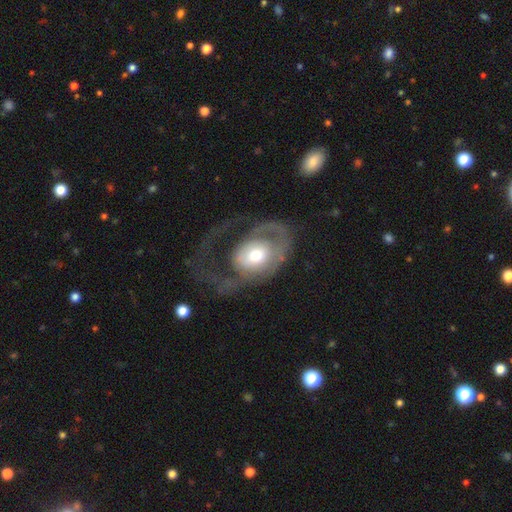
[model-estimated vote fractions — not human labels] This is likely a featured or disk galaxy (60%). It is clearly not viewed edge-on (95%). Bar: likely no (76%). Spiral arm pattern: possibly yes (58%). Central bulge: possibly moderate (59%). Merging: likely major disturbance (60%).